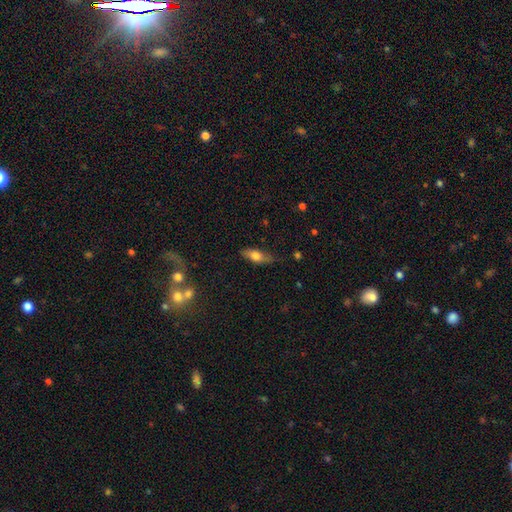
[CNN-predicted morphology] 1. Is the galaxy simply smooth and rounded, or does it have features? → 64% smooth, 29% featured or disk, 7% star or artifact.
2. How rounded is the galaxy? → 64% in between, 33% cigar-shaped, 4% round.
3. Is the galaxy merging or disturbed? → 79% none, 16% minor disturbance, 3% major disturbance, 1% merger.